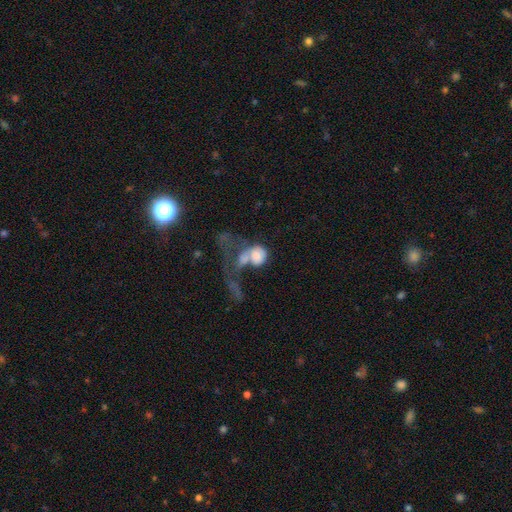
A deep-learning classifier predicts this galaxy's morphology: The model was most divided on "merging": merger: 51%, major disturbance: 34%, none: 10%, minor disturbance: 6%. More confident: smooth or featured — smooth (61%); how rounded — round (58%).